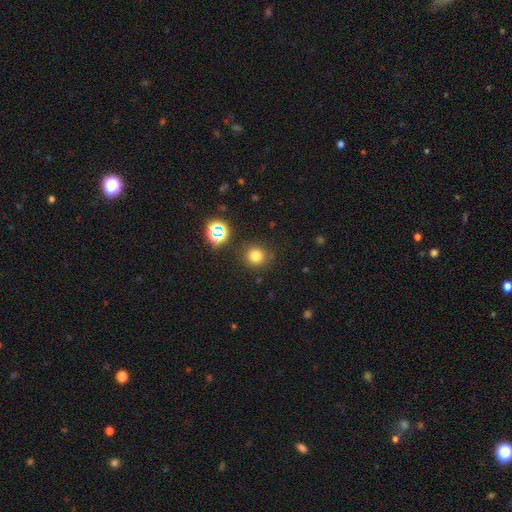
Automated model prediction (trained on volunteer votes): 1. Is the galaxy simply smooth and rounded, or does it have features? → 76% smooth, 18% star or artifact, 6% featured or disk.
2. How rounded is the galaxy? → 90% round, 9% in between, 1% cigar-shaped.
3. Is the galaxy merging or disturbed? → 85% none, 9% minor disturbance, 3% major disturbance, 3% merger.